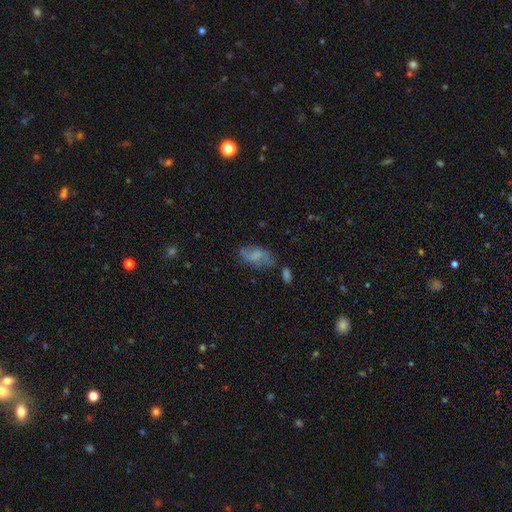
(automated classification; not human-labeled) Q: Smooth or featured?
A: smooth (50%); runner-up: featured or disk (39%)
Q: How rounded?
A: in between (87%); runner-up: cigar-shaped (7%)
Q: Merging?
A: none (53%); runner-up: minor disturbance (25%)